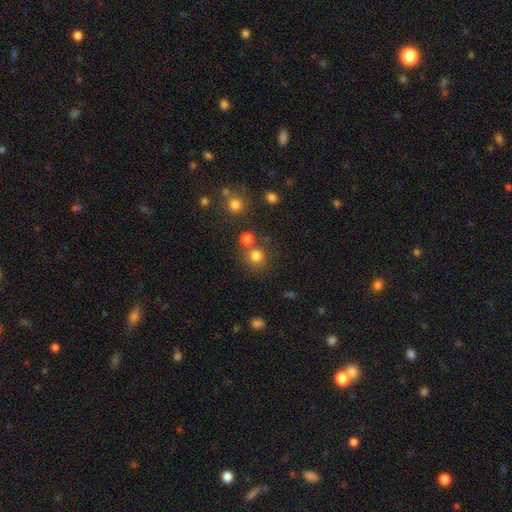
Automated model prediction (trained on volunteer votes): A smooth galaxy with no disk features (78%) that is round (89%). Merging: none (70%).